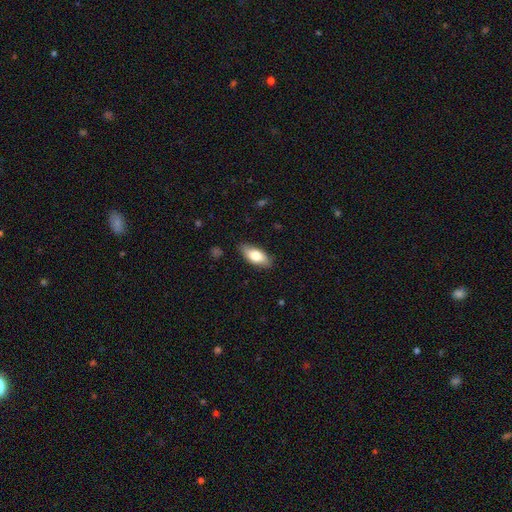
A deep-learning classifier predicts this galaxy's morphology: This is likely a smooth galaxy (74%). How rounded: clearly in between (83%). Merging: clearly none (84%).